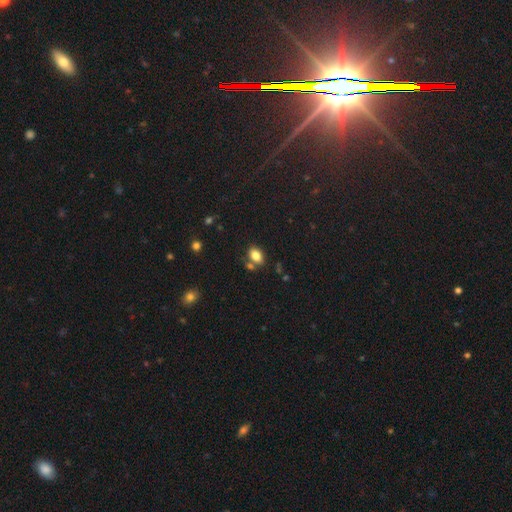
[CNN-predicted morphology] This is clearly a smooth galaxy (83%). How rounded: clearly in between (82%). Merging: likely none (67%).